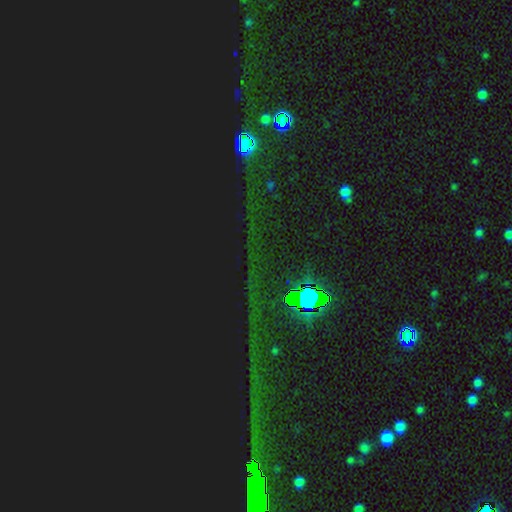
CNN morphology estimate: star or artifact 84%, smooth 8%, featured or disk 7%.